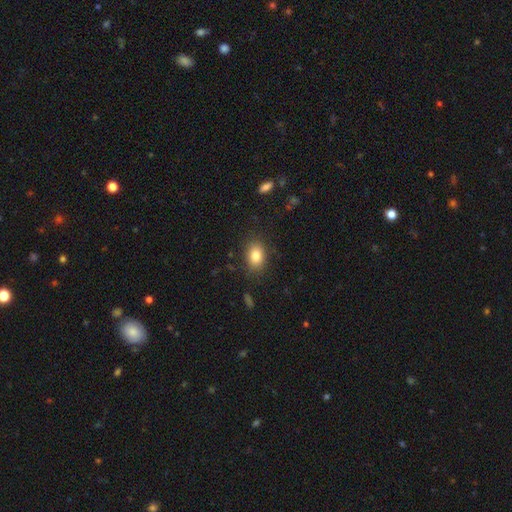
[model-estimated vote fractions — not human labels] Overall: smooth (83%). How rounded: in between (78%). Merging: none (83%).